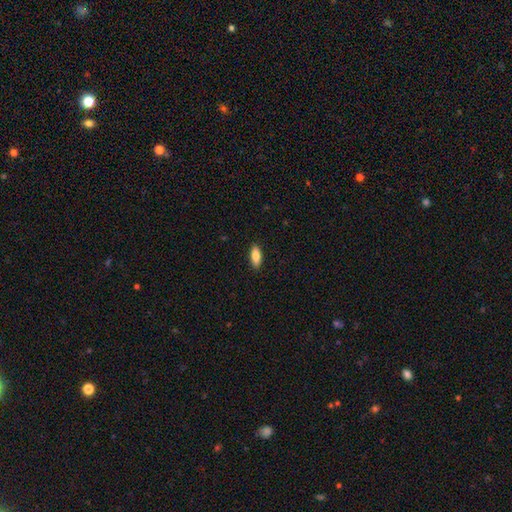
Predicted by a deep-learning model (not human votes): The model was most divided on "how rounded": in between: 74%, cigar-shaped: 24%, round: 2%. More confident: merging — none (89%); smooth or featured — smooth (82%).